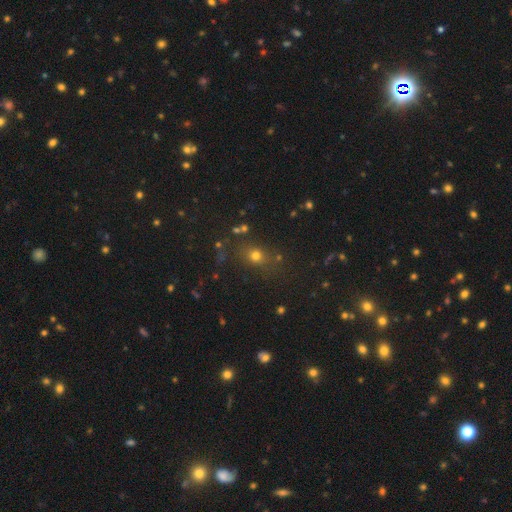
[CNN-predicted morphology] This is likely a smooth galaxy (67%). How rounded: likely round (63%). Merging: likely none (78%).